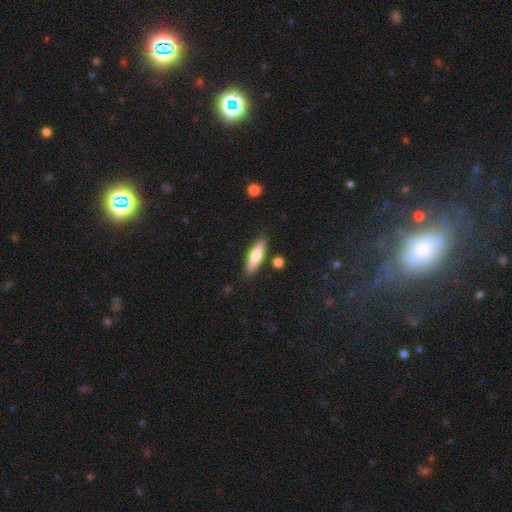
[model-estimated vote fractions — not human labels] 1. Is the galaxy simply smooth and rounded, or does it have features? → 64% smooth, 30% featured or disk, 6% star or artifact.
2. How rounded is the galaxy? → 62% cigar-shaped, 35% in between, 2% round.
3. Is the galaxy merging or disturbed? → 84% none, 10% minor disturbance, 4% merger, 2% major disturbance.